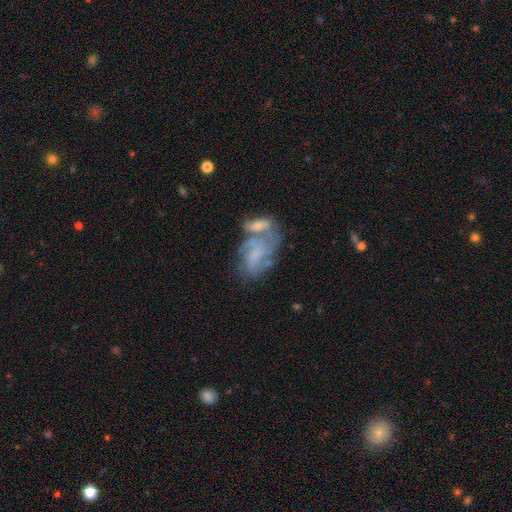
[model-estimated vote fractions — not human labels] Smooth or featured?
  - featured or disk: 66% *
  - smooth: 25%
  - star or artifact: 9%
Edge-on disk?
  - no: 97% *
  - yes: 3%
Bar?
  - no: 66% *
  - weak: 27%
  - strong: 7%
Spiral arms?
  - yes: 72% *
  - no: 28%
Bulge size?
  - none: 55% *
  - small: 26%
  - moderate: 14%
  - large: 3%
  - dominant: 2%
Merging?
  - merger: 39% *
  - none: 26%
  - major disturbance: 19%
  - minor disturbance: 15%